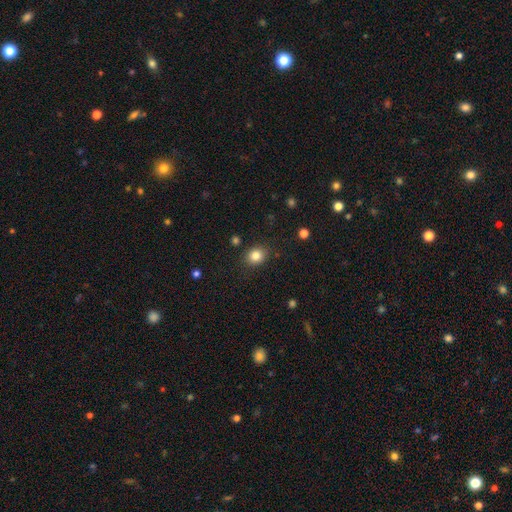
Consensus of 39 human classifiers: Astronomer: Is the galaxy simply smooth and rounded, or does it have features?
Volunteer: smooth — 79%.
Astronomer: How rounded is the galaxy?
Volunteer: round — 74%.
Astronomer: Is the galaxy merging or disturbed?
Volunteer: none — 91%.